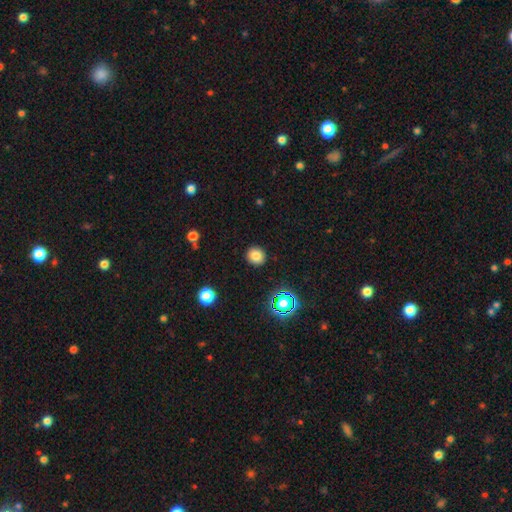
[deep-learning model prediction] A smooth galaxy with no disk features (80%) that is round (89%).

Vote fractions:
- Smooth or featured? smooth: 80% / star or artifact: 14% / featured or disk: 6%
- How rounded? round: 89% / in between: 10% / cigar-shaped: 1%
- Merging? none: 90% / minor disturbance: 6% / major disturbance: 2% / merger: 1%